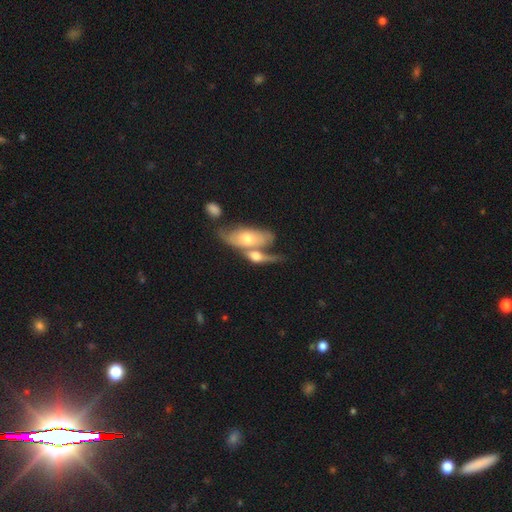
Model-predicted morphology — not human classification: This is possibly a featured or disk galaxy (52%). It is possibly not viewed edge-on (51%). Merging: possibly merger (56%).